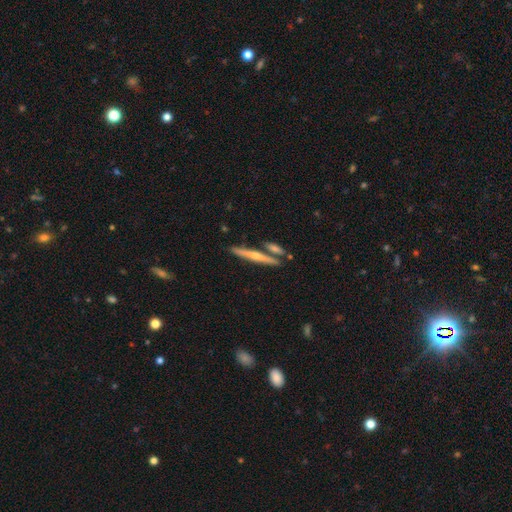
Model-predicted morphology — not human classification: type=featured or disk (56%); edge-on=yes (96%); edge-on bulge=rounded (71%); merging=none (75%).